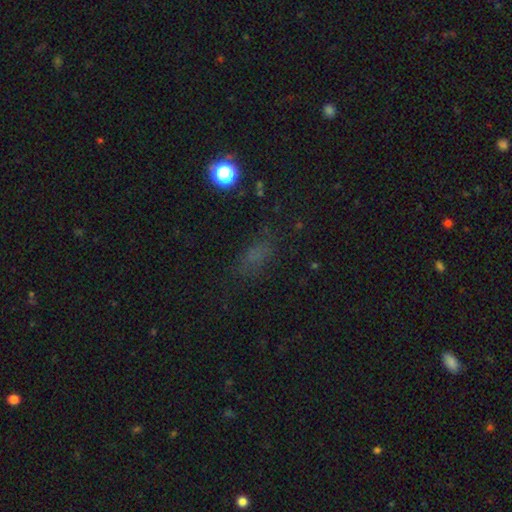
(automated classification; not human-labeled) A smooth galaxy with no disk features (58%) that is in between round and cigar-shaped (73%). Merging: none (67%).